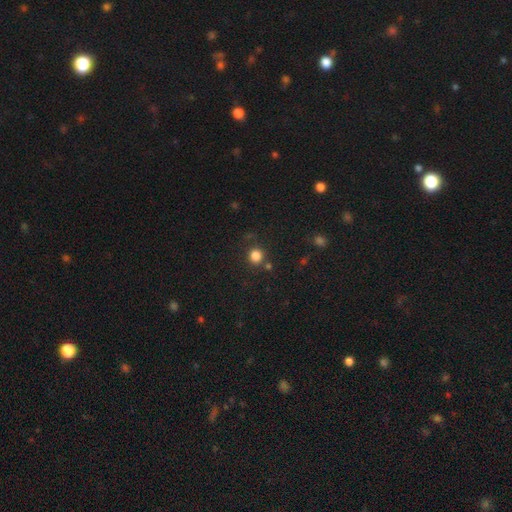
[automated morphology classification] Smooth or featured: smooth — 82% (star or artifact — 13%)
How rounded: round — 89% (in between — 10%)
Merging: none — 79% (minor disturbance — 9%)